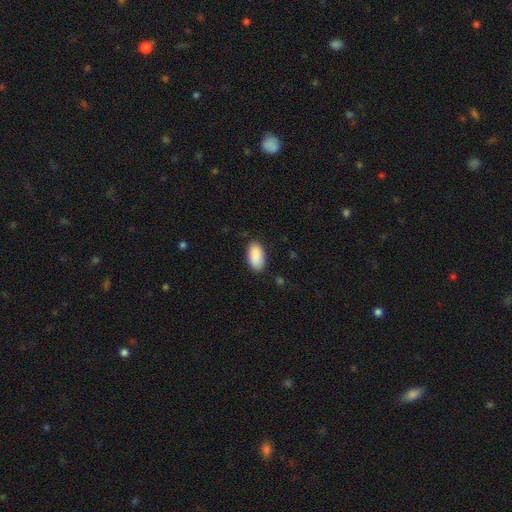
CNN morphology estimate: Overall: smooth (90%). How rounded: in between (94%). Merging: none (84%).